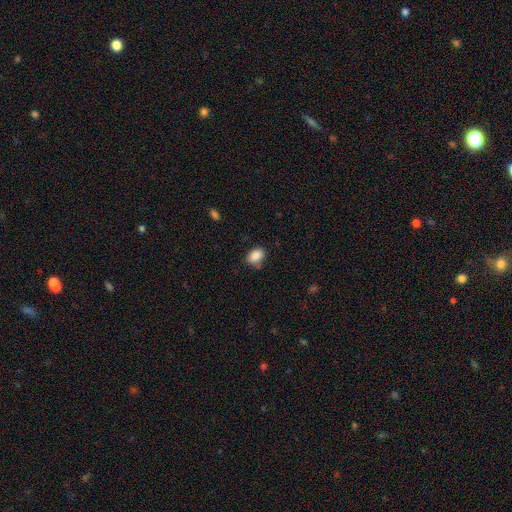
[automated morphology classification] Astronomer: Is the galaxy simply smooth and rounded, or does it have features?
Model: smooth — 87%.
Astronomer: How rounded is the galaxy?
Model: in between — 83%.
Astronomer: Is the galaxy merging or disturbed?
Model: none — 71%.